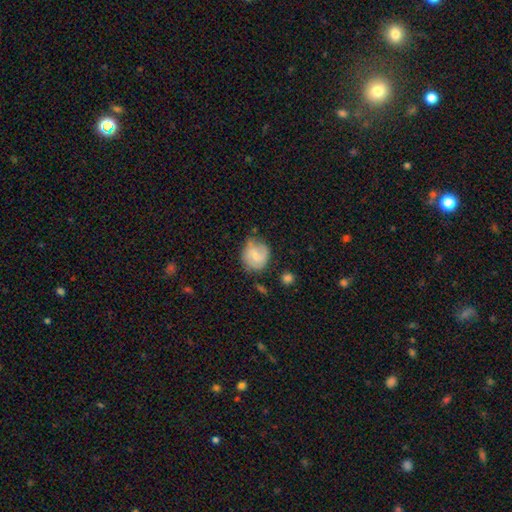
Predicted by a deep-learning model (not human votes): The model was most divided on "smooth or featured": smooth: 54%, featured or disk: 39%, star or artifact: 7%. More confident: how rounded — round (78%); merging — none (57%).